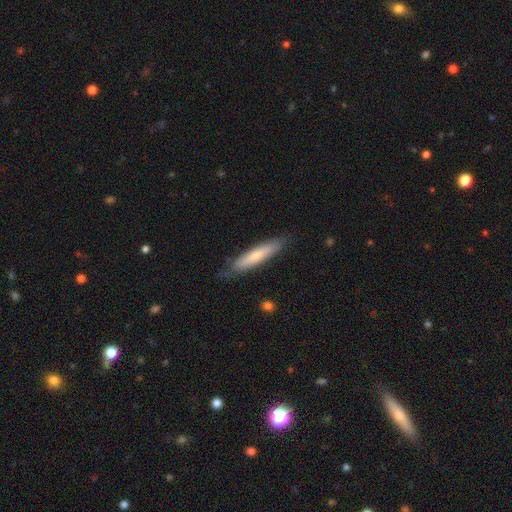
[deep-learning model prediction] smooth_or_featured: smooth (p=0.65) [alt: featured or disk p=0.30]
how_rounded: cigar-shaped (p=0.87) [alt: in between p=0.12]
merging: none (p=0.79) [alt: minor disturbance p=0.17]